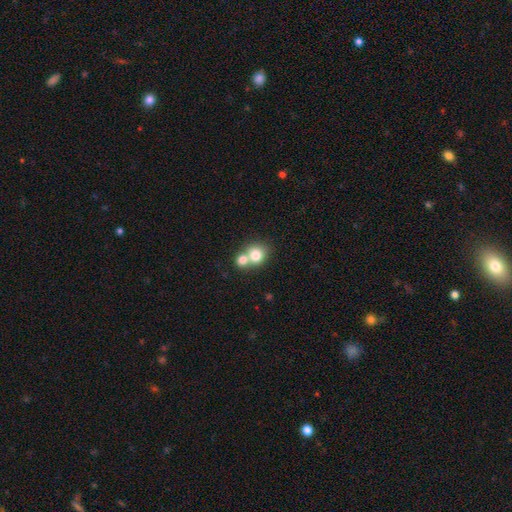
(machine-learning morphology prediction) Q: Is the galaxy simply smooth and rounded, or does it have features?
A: smooth — 77%.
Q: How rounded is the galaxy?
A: round — 78%.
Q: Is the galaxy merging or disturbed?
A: merger — 58%.